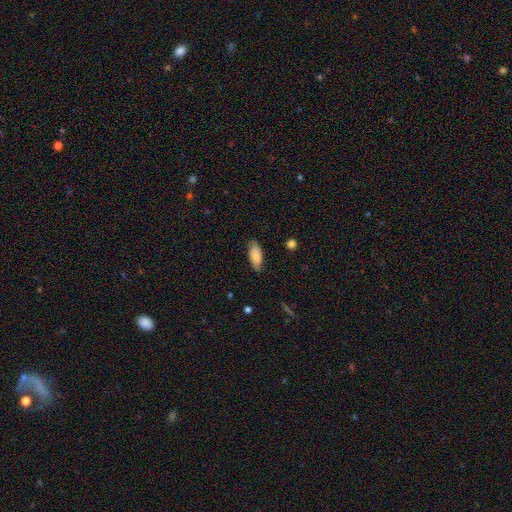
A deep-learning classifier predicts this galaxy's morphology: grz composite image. It shows a smooth galaxy with no disk features (83%) that is in between round and cigar-shaped (85%). Merging: none (76%).